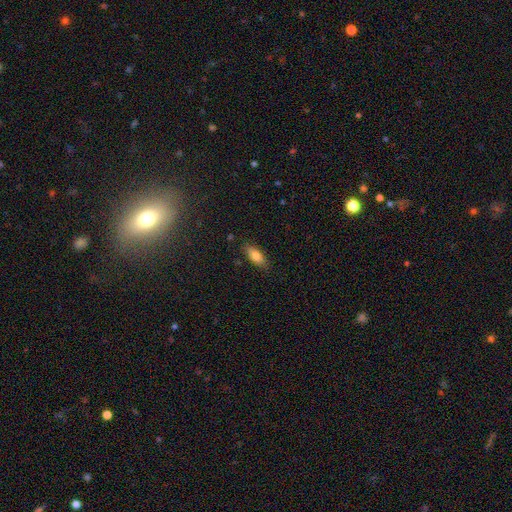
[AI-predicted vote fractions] Smooth or featured?
  - smooth: 80% *
  - featured or disk: 13%
  - star or artifact: 8%
How rounded?
  - in between: 80% *
  - cigar-shaped: 18%
  - round: 2%
Merging?
  - none: 84% *
  - minor disturbance: 12%
  - major disturbance: 3%
  - merger: 1%